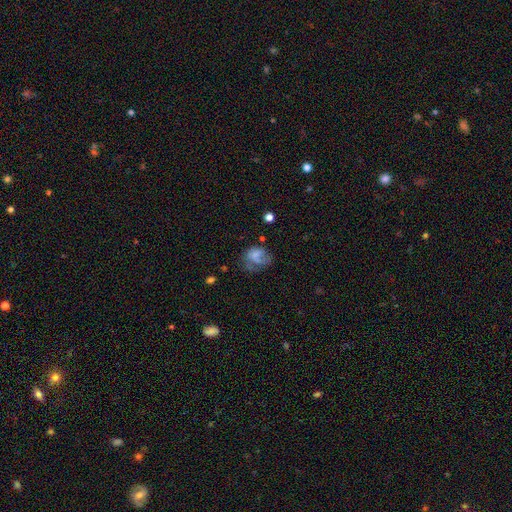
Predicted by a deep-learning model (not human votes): smooth_or_featured: smooth (p=0.48) [alt: featured or disk p=0.40]
merging: major disturbance (p=0.38) [alt: none p=0.34]